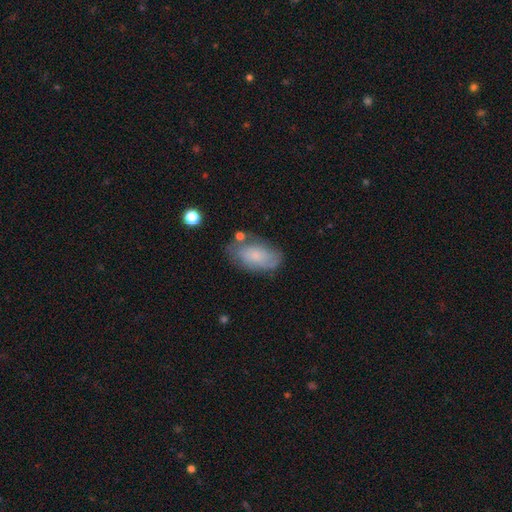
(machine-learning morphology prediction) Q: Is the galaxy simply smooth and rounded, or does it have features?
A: smooth — 65%.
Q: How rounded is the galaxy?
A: in between — 93%.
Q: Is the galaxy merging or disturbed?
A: none — 61%.